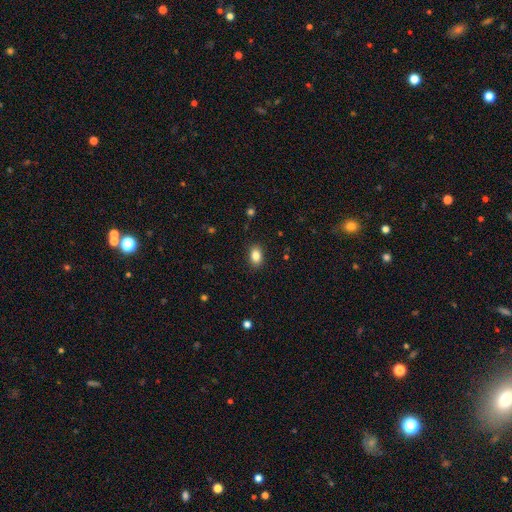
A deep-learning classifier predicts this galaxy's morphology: The model was most divided on "how rounded": in between: 83%, round: 15%, cigar-shaped: 1%. More confident: merging — none (88%); smooth or featured — smooth (85%).